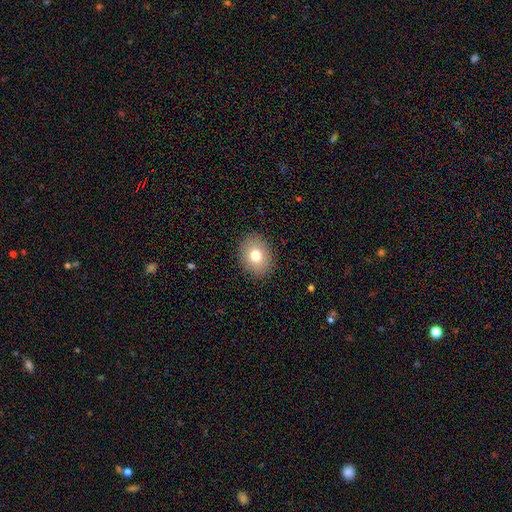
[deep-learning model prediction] A smooth galaxy with no disk features (77%) that is in between round and cigar-shaped (56%).

Vote fractions:
- Smooth or featured? smooth: 77% / featured or disk: 14% / star or artifact: 10%
- How rounded? in between: 56% / round: 43% / cigar-shaped: 1%
- Merging? none: 89% / minor disturbance: 8% / major disturbance: 2% / merger: 1%